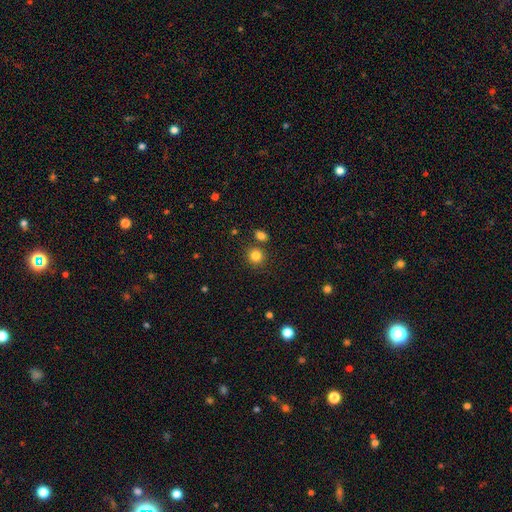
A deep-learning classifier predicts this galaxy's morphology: Smooth or featured? Predicted: smooth (p=0.83). How rounded? Predicted: round (p=0.88). Merging? Predicted: none (p=0.78).